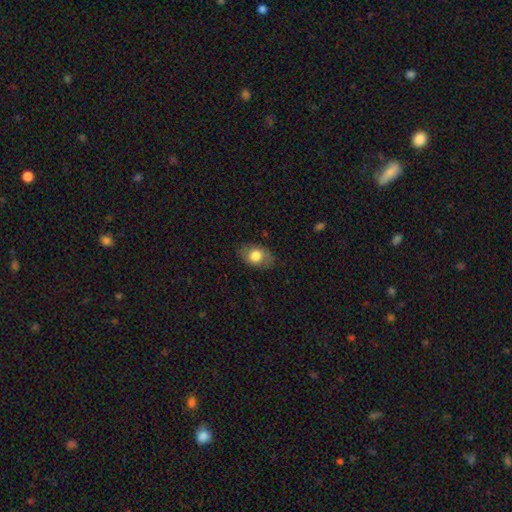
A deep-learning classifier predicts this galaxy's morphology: smooth 74%, featured or disk 19%, star or artifact 7%. Down the decision tree: how rounded — in between (82%); merging — none (80%).